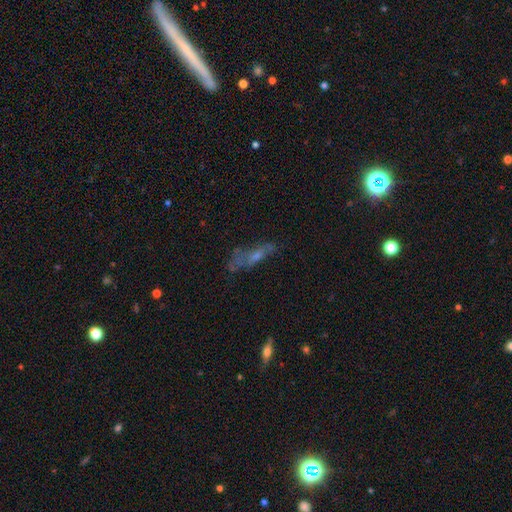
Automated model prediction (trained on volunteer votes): This is possibly a featured or disk galaxy (46%). Merging: possibly none (47%).